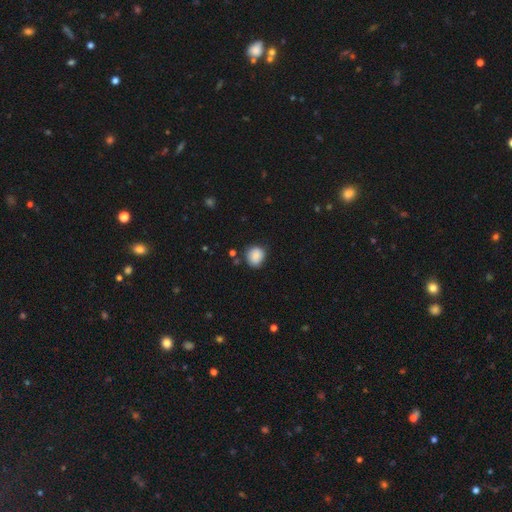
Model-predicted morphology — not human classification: This is clearly a smooth galaxy (84%). How rounded: likely round (79%). Merging: likely none (75%).